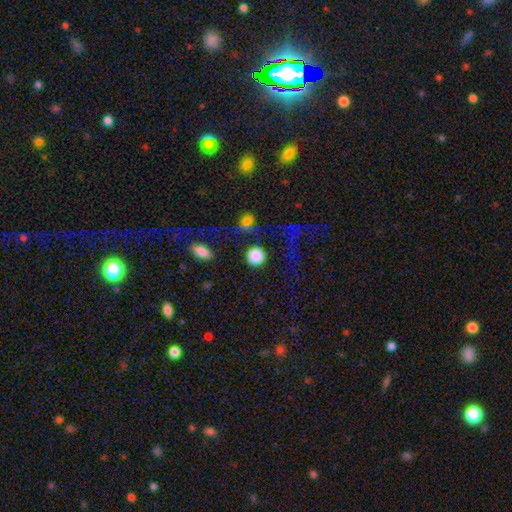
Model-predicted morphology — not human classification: Q: Smooth or featured?
A: smooth (86%); runner-up: star or artifact (9%)
Q: How rounded?
A: round (94%); runner-up: in between (5%)
Q: Merging?
A: none (81%); runner-up: minor disturbance (9%)